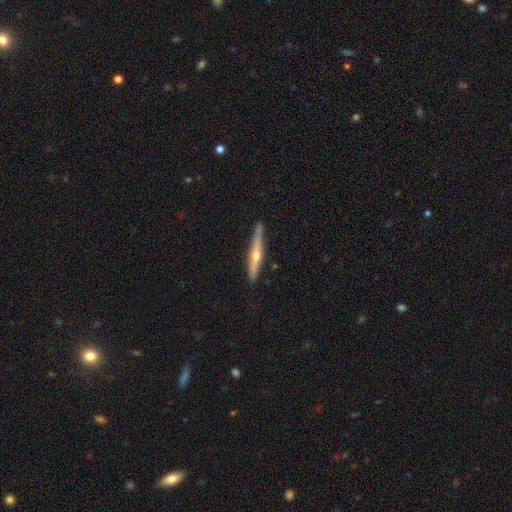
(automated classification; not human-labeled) smooth-or-featured: featured or disk: 68% | smooth: 26% | star or artifact: 6%
  disk-edge-on: yes: 96% | no: 4%
    edge-on-bulge: rounded: 86% | none: 11% | boxy: 3%
  merging: none: 87% | minor disturbance: 10% | major disturbance: 2% | merger: 1%